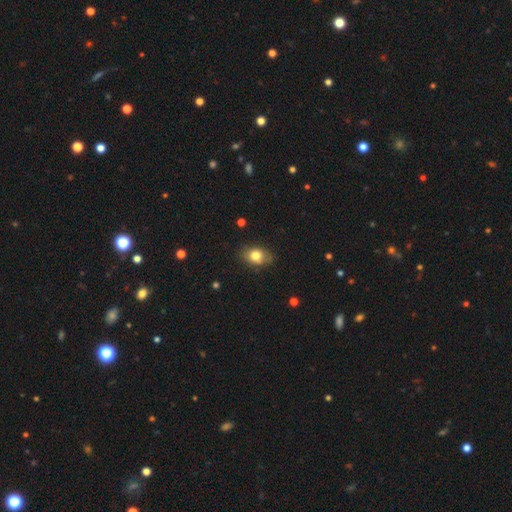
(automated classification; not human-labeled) This appears to be a smooth galaxy with no disk features (78%) that is in between round and cigar-shaped (71%). Merging: none (76%).